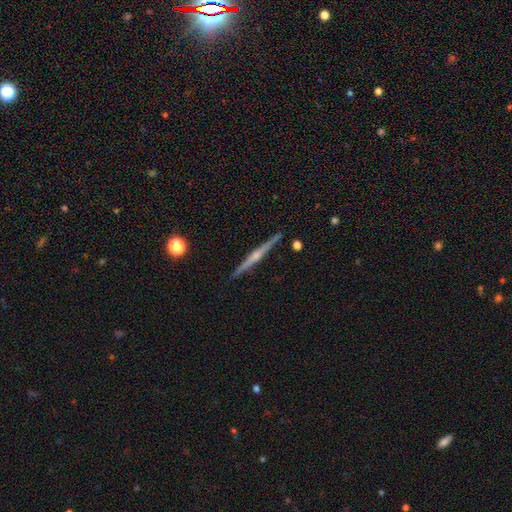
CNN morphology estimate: featured or disk 78%, smooth 16%, star or artifact 6%. Down the decision tree: edge-on disk — yes (98%); edge-on bulge — rounded (77%); merging — none (92%).